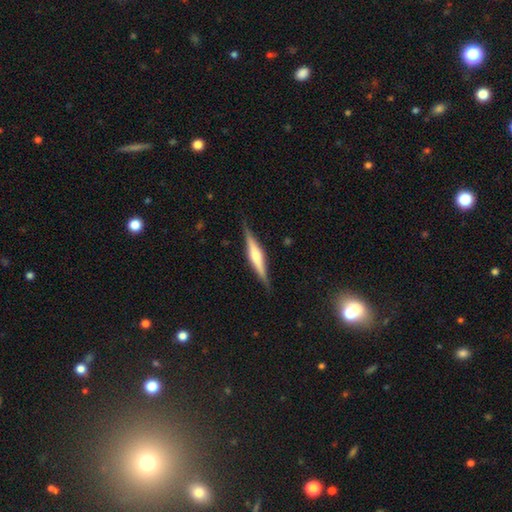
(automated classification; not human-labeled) Smooth or featured? featured or disk (69%)
Edge-on disk? yes (97%)
Edge-on bulge? rounded (74%)
Merging? none (87%)